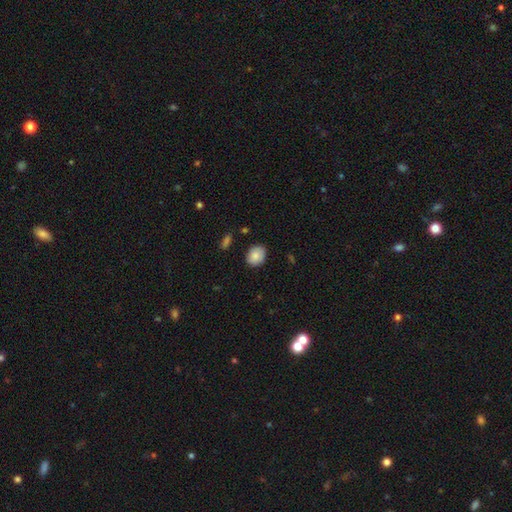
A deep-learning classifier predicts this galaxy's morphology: Smooth or featured?
  - smooth: 85% *
  - featured or disk: 7%
  - star or artifact: 7%
How rounded?
  - in between: 51% *
  - round: 48%
  - cigar-shaped: 1%
Merging?
  - none: 84% *
  - minor disturbance: 12%
  - major disturbance: 2%
  - merger: 2%